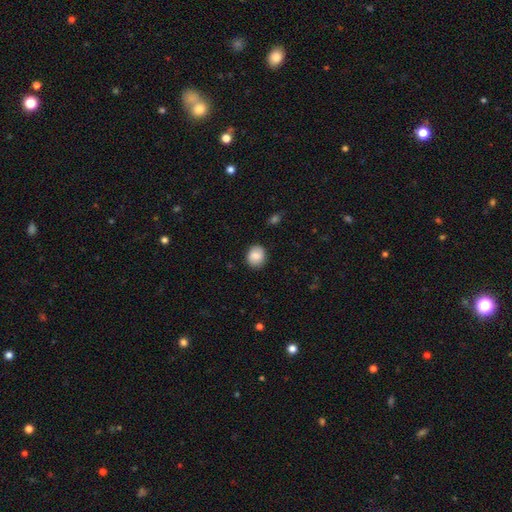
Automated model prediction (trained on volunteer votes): Smooth or featured: smooth — 83% (featured or disk — 10%)
How rounded: round — 63% (in between — 36%)
Merging: none — 86% (minor disturbance — 10%)